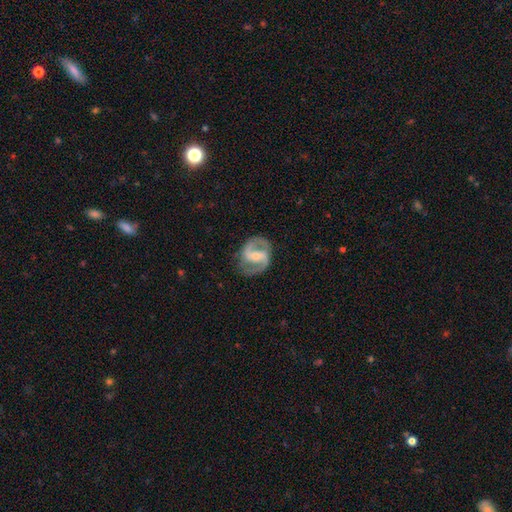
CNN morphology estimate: Smooth or featured: featured or disk — 89% (smooth — 7%)
Edge-on disk: no — 98% (yes — 2%)
Bar: weak — 44% (strong — 32%)
Spiral arms: yes — 97% (no — 3%)
Spiral winding: medium — 59% (loose — 22%)
Spiral arm count: 2 — 92% (can't tell — 3%)
Bulge size: small — 51% (moderate — 43%)
Merging: none — 80% (minor disturbance — 13%)